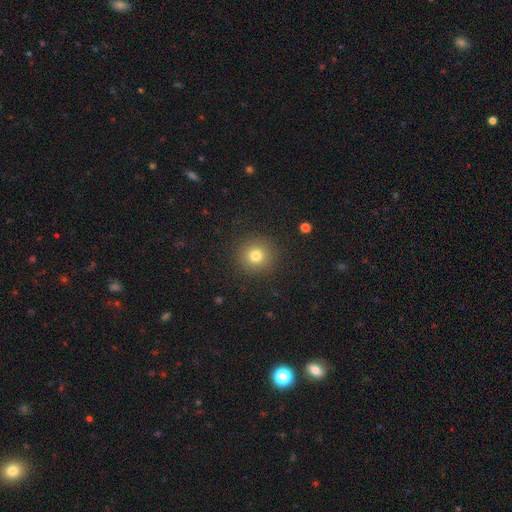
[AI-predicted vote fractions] smooth_or_featured: smooth (p=0.79) [alt: star or artifact p=0.13]
how_rounded: round (p=0.94) [alt: in between p=0.05]
merging: none (p=0.91) [alt: minor disturbance p=0.06]